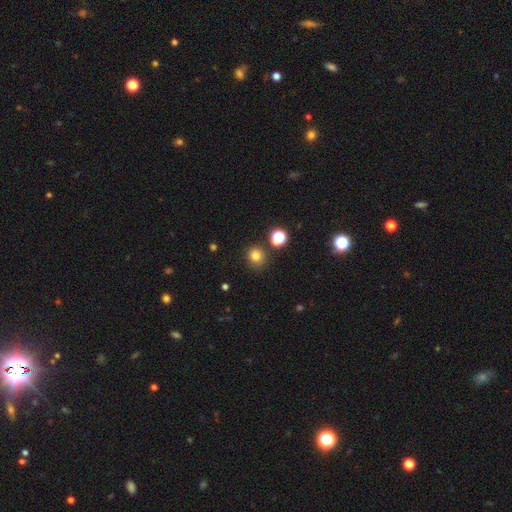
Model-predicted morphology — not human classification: Smooth or featured? Predicted: smooth (p=0.78). How rounded? Predicted: round (p=0.87). Merging? Predicted: none (p=0.81).